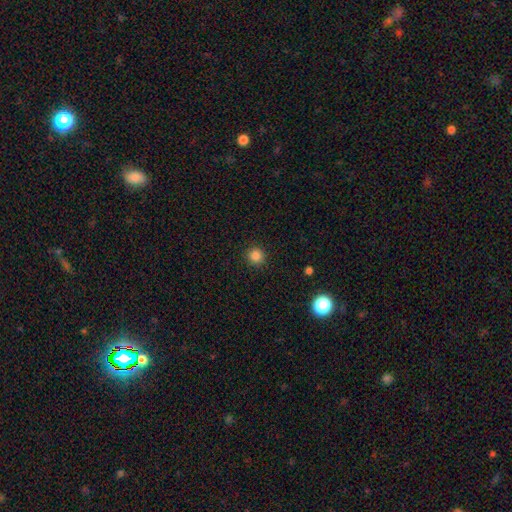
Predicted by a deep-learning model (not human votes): A smooth galaxy with no disk features (84%) that is round (95%). Merging: none (92%).